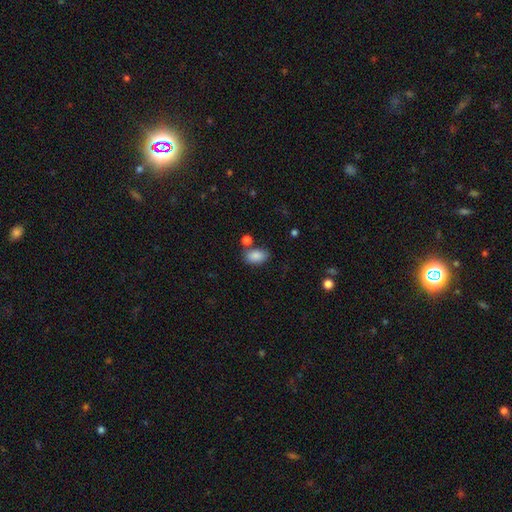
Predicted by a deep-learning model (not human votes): This is clearly a smooth galaxy (86%). How rounded: clearly in between (89%). Merging: likely none (66%).